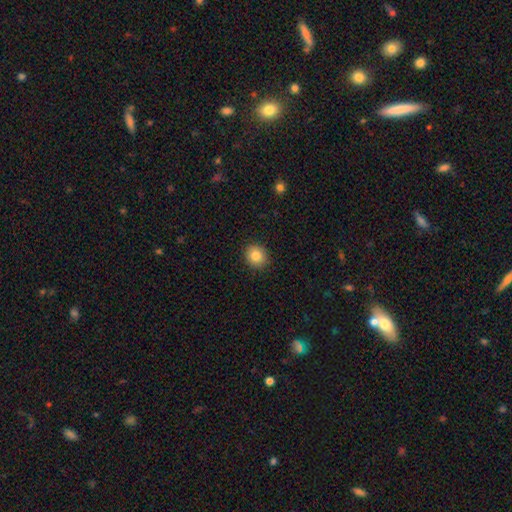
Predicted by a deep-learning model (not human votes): Smooth or featured: smooth — 84% (star or artifact — 9%)
How rounded: round — 77% (in between — 22%)
Merging: none — 91% (minor disturbance — 6%)